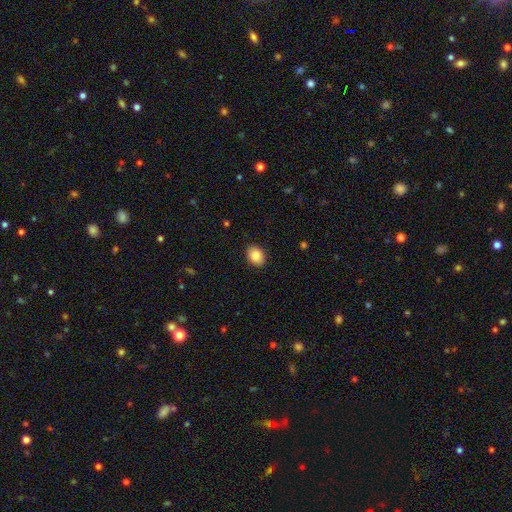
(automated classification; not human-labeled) This is clearly a smooth galaxy (87%). How rounded: likely in between (77%). Merging: clearly none (88%).